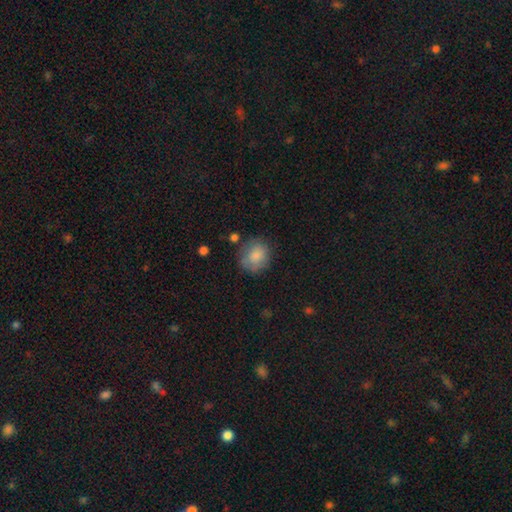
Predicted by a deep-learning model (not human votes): A smooth galaxy with no disk features (79%) that is round (77%). Merging: none (69%).